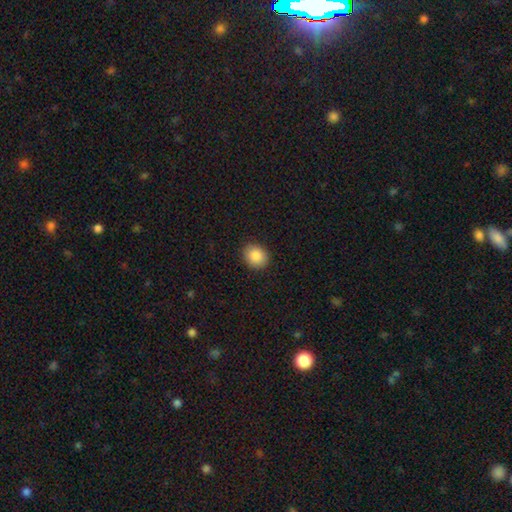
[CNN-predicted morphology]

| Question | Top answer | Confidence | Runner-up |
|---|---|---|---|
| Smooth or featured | smooth | 87% | star or artifact (8%) |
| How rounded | round | 65% | in between (34%) |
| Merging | none | 90% | minor disturbance (7%) |